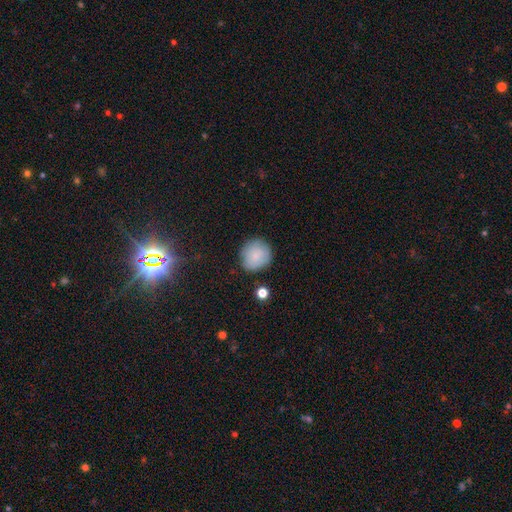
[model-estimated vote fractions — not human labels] Q: Smooth or featured?
A: smooth (81%); runner-up: featured or disk (11%)
Q: How rounded?
A: round (87%); runner-up: in between (12%)
Q: Merging?
A: none (80%); runner-up: minor disturbance (14%)